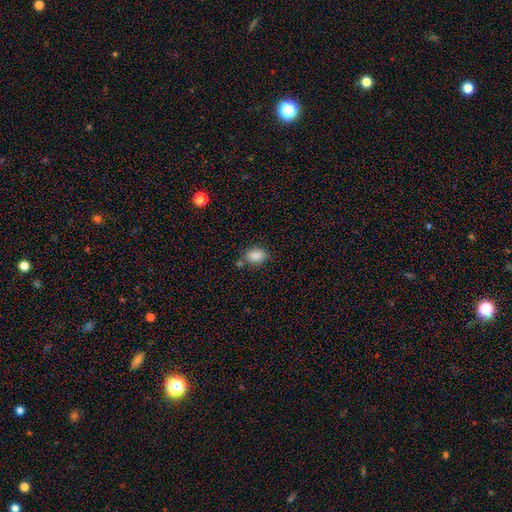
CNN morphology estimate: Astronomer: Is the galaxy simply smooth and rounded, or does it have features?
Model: smooth — 87%.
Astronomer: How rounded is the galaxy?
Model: in between — 83%.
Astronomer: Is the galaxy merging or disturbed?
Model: none — 68%.